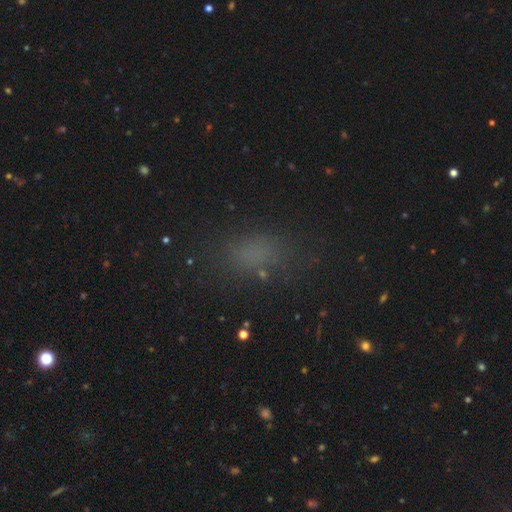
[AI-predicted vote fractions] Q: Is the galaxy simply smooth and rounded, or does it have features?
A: smooth — 69%.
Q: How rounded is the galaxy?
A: in between — 81%.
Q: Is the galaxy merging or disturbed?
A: none — 71%.